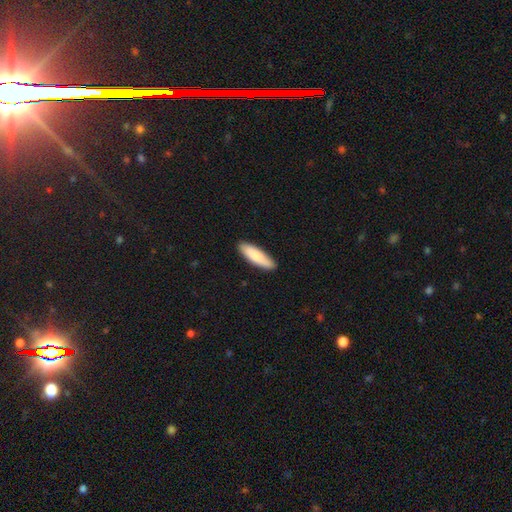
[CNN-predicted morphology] Smooth or featured?
  - smooth: 85% *
  - featured or disk: 10%
  - star or artifact: 5%
How rounded?
  - cigar-shaped: 58% *
  - in between: 41%
  - round: 1%
Merging?
  - none: 88% *
  - minor disturbance: 9%
  - major disturbance: 2%
  - merger: 1%